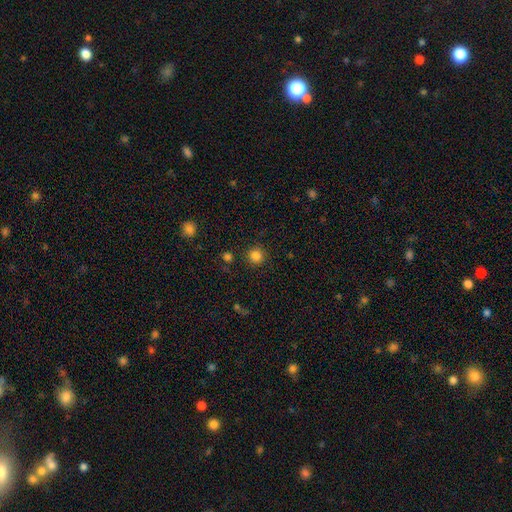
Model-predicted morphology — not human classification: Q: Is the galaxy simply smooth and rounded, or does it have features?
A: smooth — 84%.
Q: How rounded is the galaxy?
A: round — 95%.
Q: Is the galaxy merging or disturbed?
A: none — 90%.